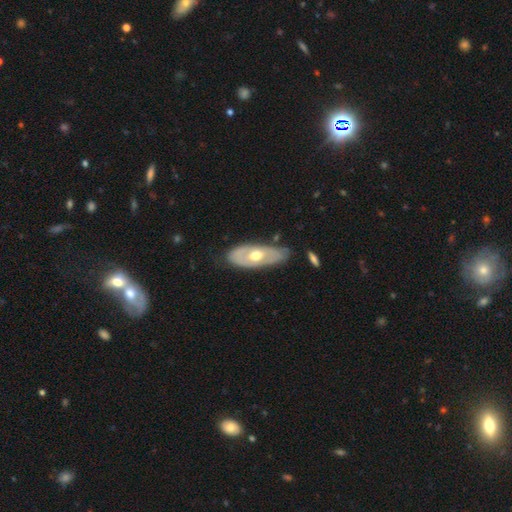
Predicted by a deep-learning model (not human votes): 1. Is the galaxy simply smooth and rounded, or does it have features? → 58% featured or disk, 36% smooth, 6% star or artifact.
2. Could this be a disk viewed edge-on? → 77% no, 23% yes.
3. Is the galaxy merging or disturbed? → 75% none, 19% minor disturbance, 4% major disturbance, 2% merger.